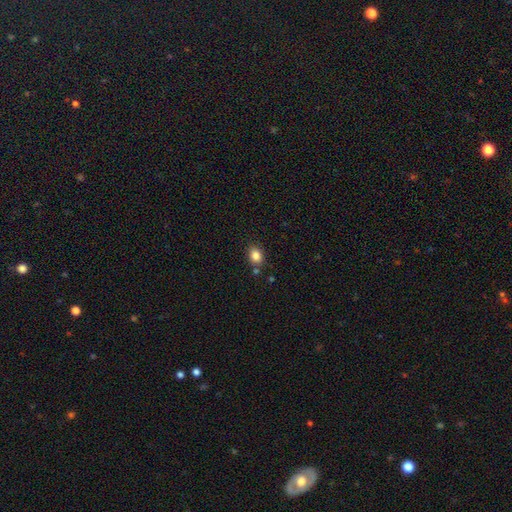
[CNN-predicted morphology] This is clearly a smooth galaxy (84%). How rounded: possibly round (53%). Merging: likely none (77%).